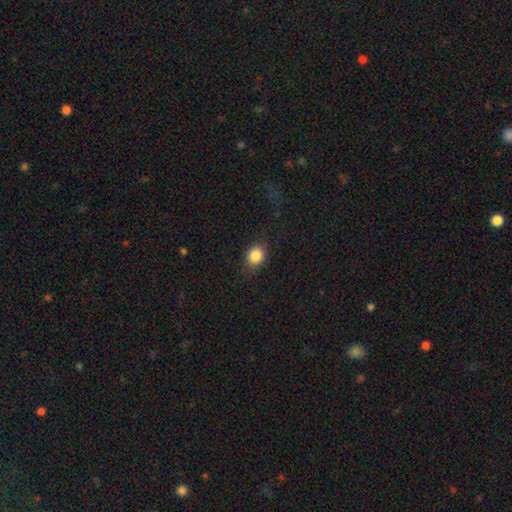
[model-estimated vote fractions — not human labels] Smooth or featured? Predicted: smooth (p=0.84). How rounded? Predicted: round (p=0.59). Merging? Predicted: none (p=0.80).